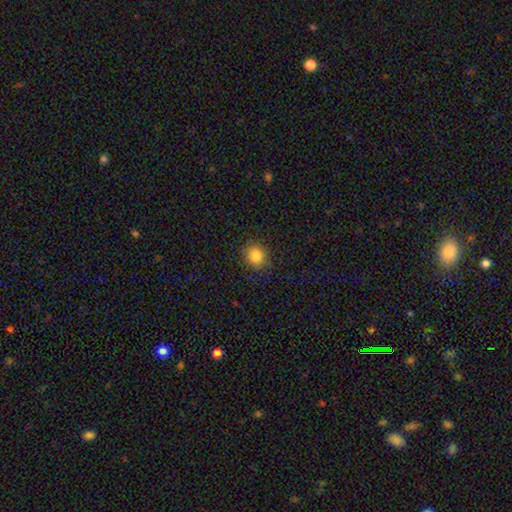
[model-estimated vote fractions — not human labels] smooth 84%, star or artifact 11%, featured or disk 5%. Down the decision tree: how rounded — round (79%); merging — none (87%).